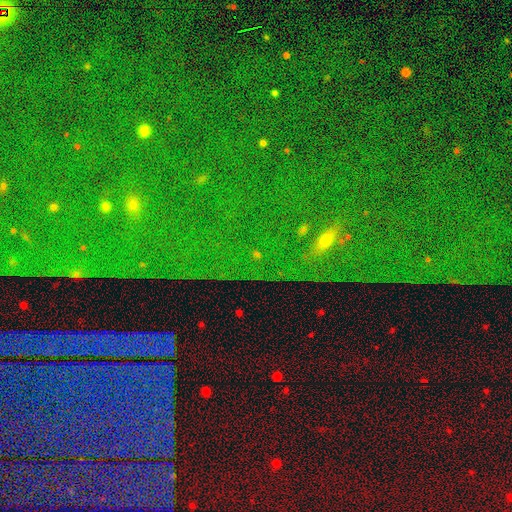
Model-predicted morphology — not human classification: Smooth or featured? Predicted: star or artifact (p=0.86).